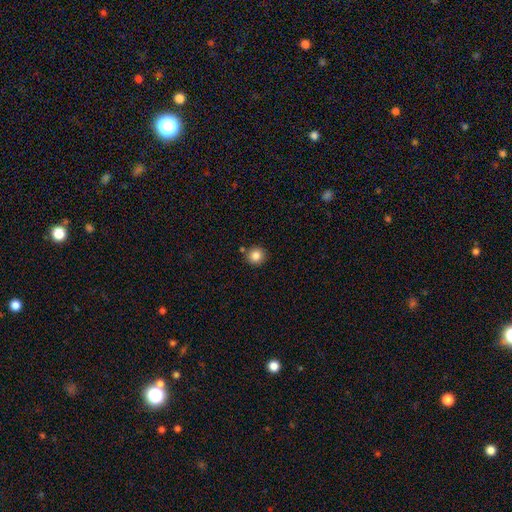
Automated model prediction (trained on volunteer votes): Smooth or featured: smooth — 85% (star or artifact — 10%)
How rounded: round — 93% (in between — 6%)
Merging: none — 84% (minor disturbance — 8%)